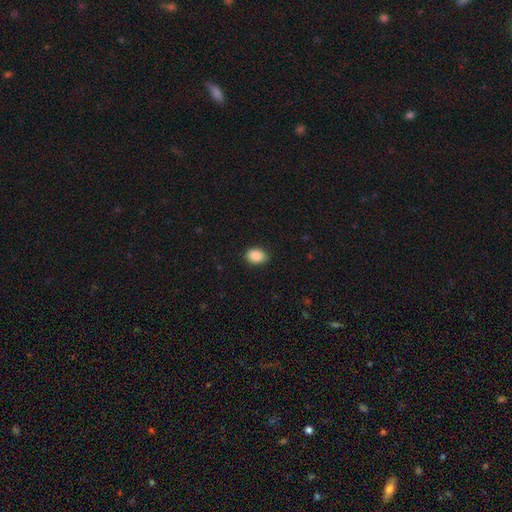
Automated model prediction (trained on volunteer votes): Smooth or featured: smooth — 89% (star or artifact — 8%)
How rounded: in between — 76% (round — 22%)
Merging: none — 86% (minor disturbance — 11%)